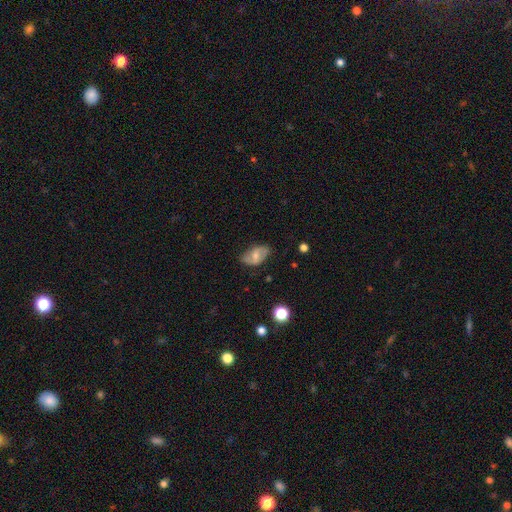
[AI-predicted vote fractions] This appears to be a featured or disk galaxy (48%). Merging: none (69%).